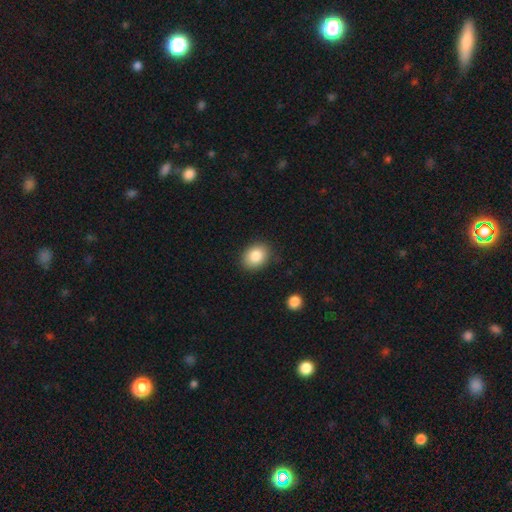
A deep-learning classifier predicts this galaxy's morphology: Overall: smooth (84%). How rounded: in between (64%; round 35%). Merging: none (86%).